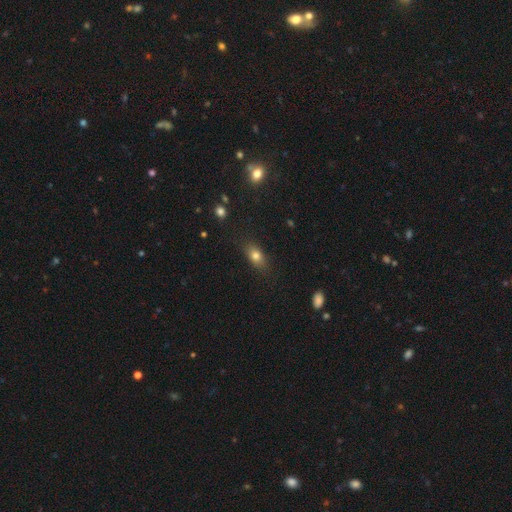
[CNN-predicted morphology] Smooth or featured? smooth (76%)
How rounded? in between (76%)
Merging? none (81%)